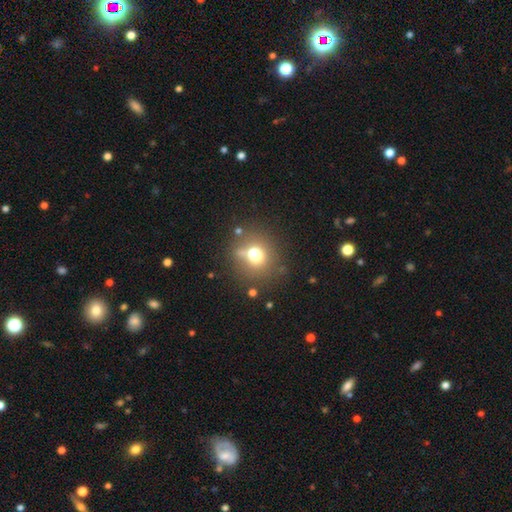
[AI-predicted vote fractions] smooth 66%, featured or disk 17%, star or artifact 16%. Down the decision tree: how rounded — round (77%); merging — none (66%).